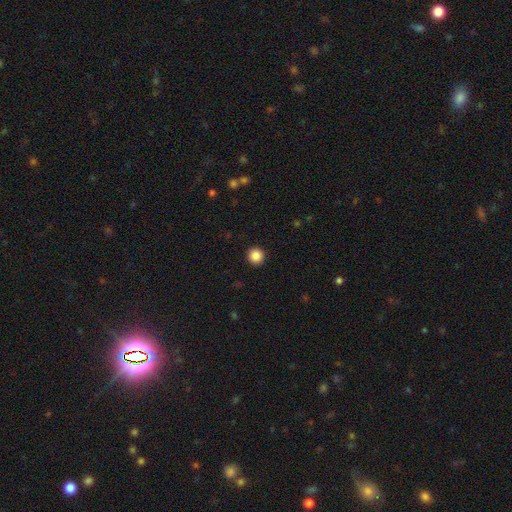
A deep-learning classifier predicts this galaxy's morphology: This appears to be a smooth galaxy with no disk features (87%) that is round (95%). Merging: none (93%).